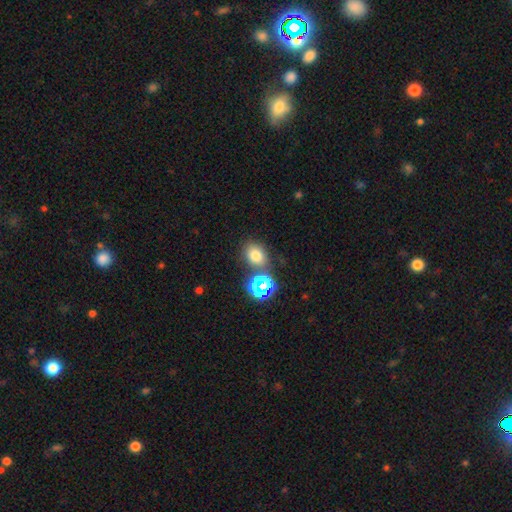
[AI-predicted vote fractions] smooth_or_featured: smooth (p=0.71) [alt: star or artifact p=0.20]
how_rounded: in between (p=0.50) [alt: round p=0.49]
merging: none (p=0.69) [alt: merger p=0.15]